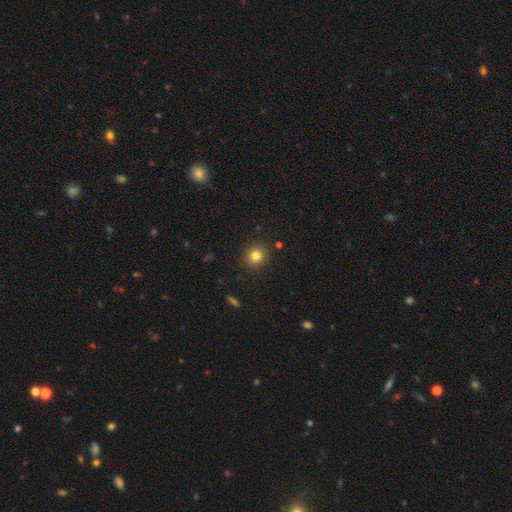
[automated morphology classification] This is clearly a smooth galaxy (81%). How rounded: clearly round (89%). Merging: clearly none (90%).